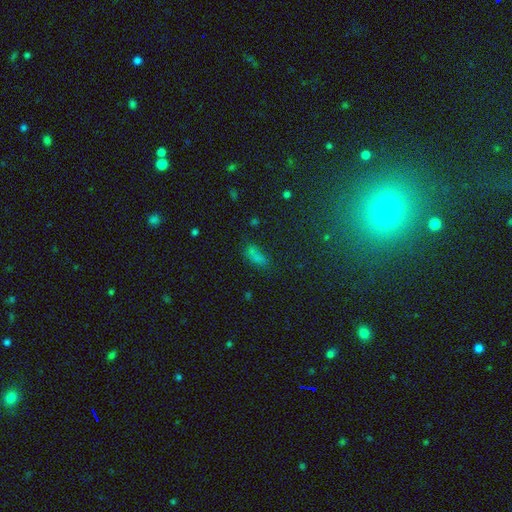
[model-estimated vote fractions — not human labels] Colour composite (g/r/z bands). It shows a smooth galaxy with no disk features (65%) that is in between round and cigar-shaped (76%). Merging: none (56%).